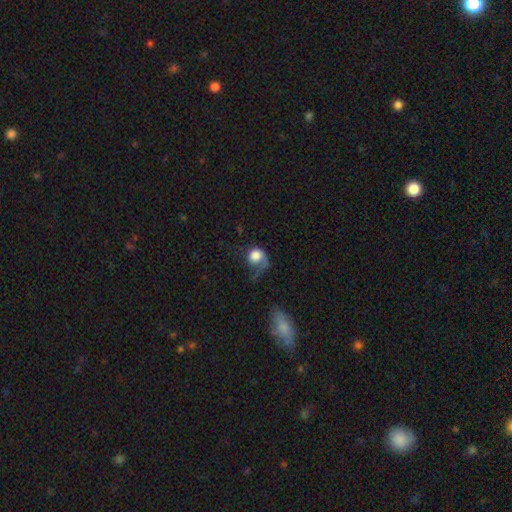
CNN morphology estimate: Smooth or featured: smooth — 69% (featured or disk — 22%)
How rounded: round — 68% (in between — 31%)
Merging: major disturbance — 53% (minor disturbance — 21%)